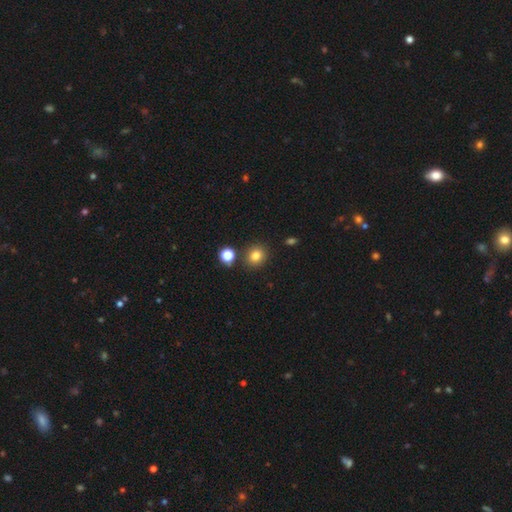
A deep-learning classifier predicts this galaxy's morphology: smooth 81%, star or artifact 13%, featured or disk 6%. Down the decision tree: how rounded — round (79%); merging — none (84%).